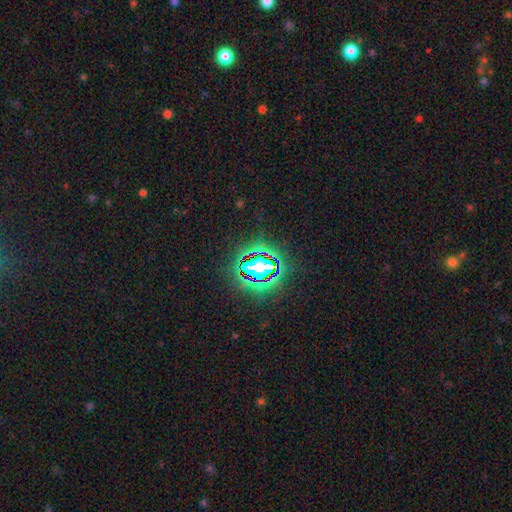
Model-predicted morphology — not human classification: Smooth or featured?
  - star or artifact: 83% *
  - smooth: 10%
  - featured or disk: 7%